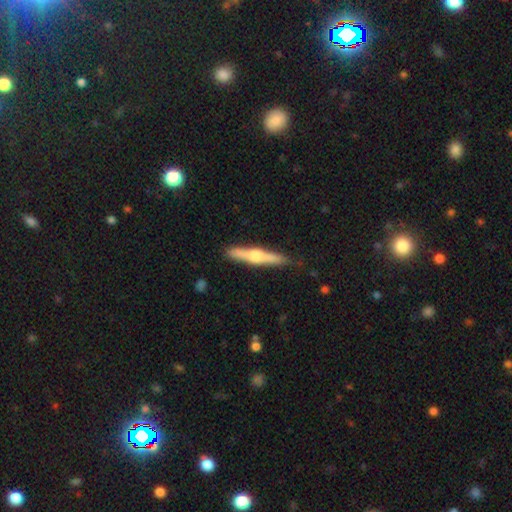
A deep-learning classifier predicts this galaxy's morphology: Smooth or featured: featured or disk — 66% (smooth — 29%)
Edge-on disk: yes — 97% (no — 3%)
Edge-on bulge: rounded — 91% (boxy — 5%)
Merging: none — 88% (minor disturbance — 9%)